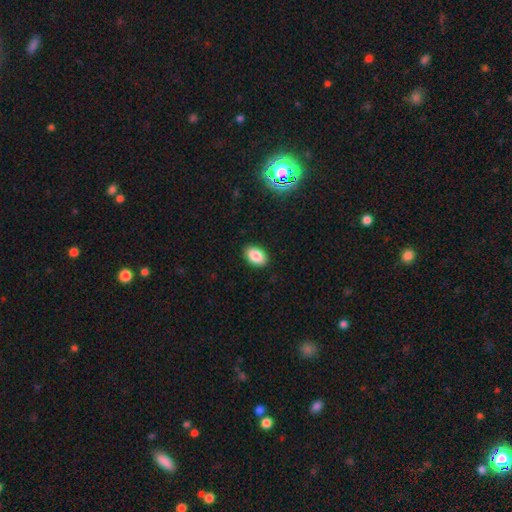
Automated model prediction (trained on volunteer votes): Q: Smooth or featured?
A: smooth (87%); runner-up: star or artifact (9%)
Q: How rounded?
A: in between (90%); runner-up: round (8%)
Q: Merging?
A: none (89%); runner-up: minor disturbance (8%)